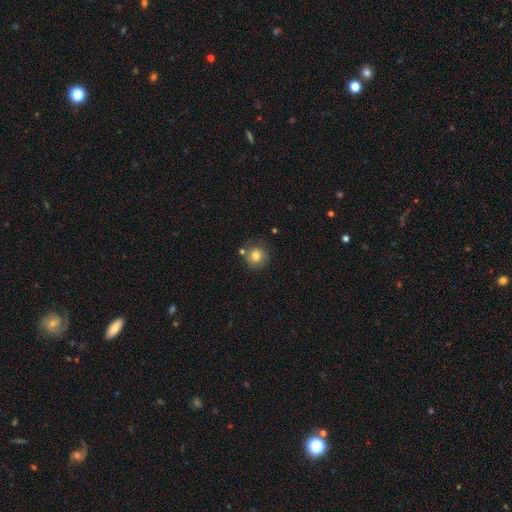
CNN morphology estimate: Overall: smooth (76%). How rounded: round (89%). Merging: none (72%).